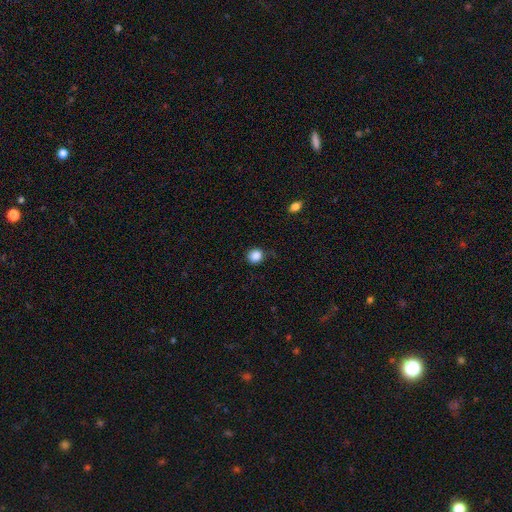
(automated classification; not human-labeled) This appears to be a smooth galaxy with no disk features (87%) that is round (85%). Merging: none (76%).